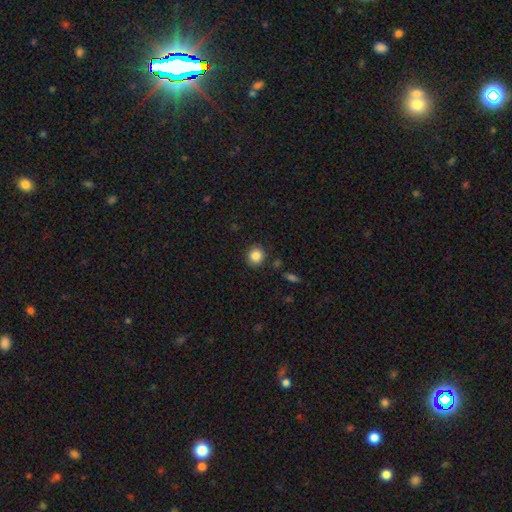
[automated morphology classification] Smooth or featured? smooth (85%)
How rounded? round (87%)
Merging? none (89%)